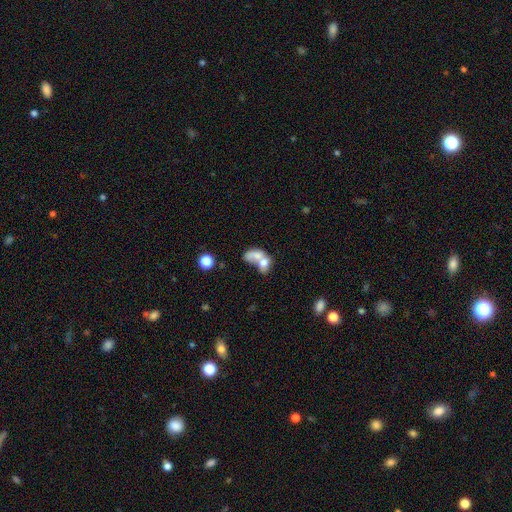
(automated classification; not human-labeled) smooth_or_featured: smooth (p=0.64) [alt: featured or disk p=0.26]
how_rounded: in between (p=0.77) [alt: round p=0.20]
merging: merger (p=0.74) [alt: none p=0.11]